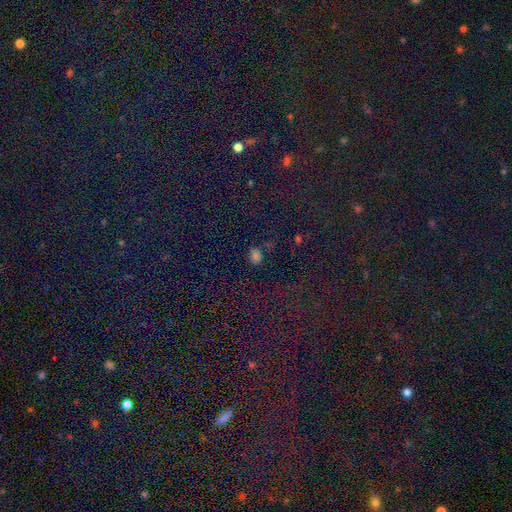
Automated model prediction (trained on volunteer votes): smooth-or-featured: smooth: 58% | star or artifact: 36% | featured or disk: 6%
  how-rounded: in between: 50% | round: 48% | cigar-shaped: 2%
  merging: none: 73% | minor disturbance: 14% | merger: 6% | major disturbance: 6%